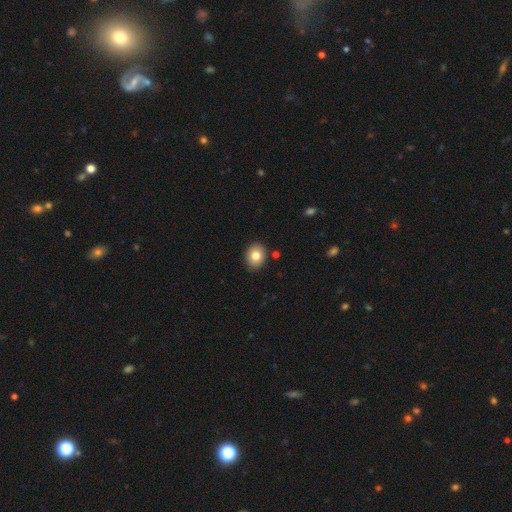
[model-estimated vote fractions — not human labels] The model was most divided on "how rounded": round: 54%, in between: 45%, cigar-shaped: 1%. More confident: merging — none (88%); smooth or featured — smooth (81%).